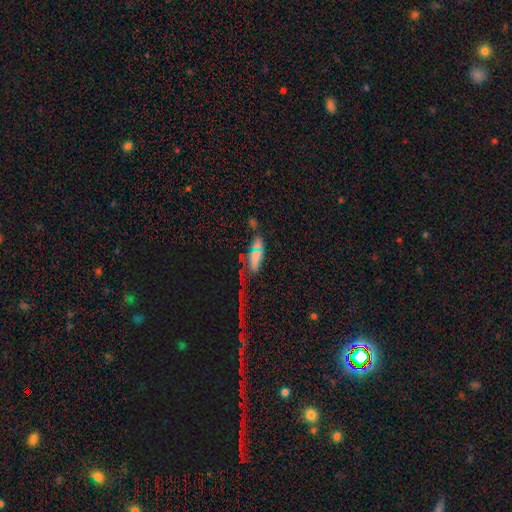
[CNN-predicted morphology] Smooth or featured: smooth — 50% (featured or disk — 27%)
How rounded: in between — 63% (cigar-shaped — 29%)
Merging: major disturbance — 32% (none — 28%)